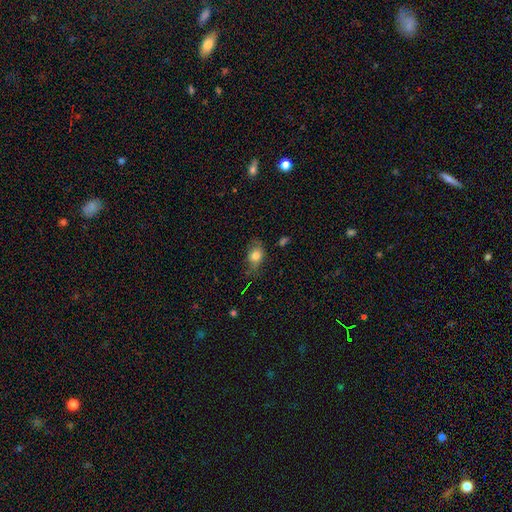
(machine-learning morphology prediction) A smooth galaxy with no disk features (76%) that is in between round and cigar-shaped (67%).

Vote fractions:
- Smooth or featured? smooth: 76% / featured or disk: 14% / star or artifact: 10%
- How rounded? in between: 67% / round: 31% / cigar-shaped: 2%
- Merging? none: 59% / minor disturbance: 28% / major disturbance: 10% / merger: 3%